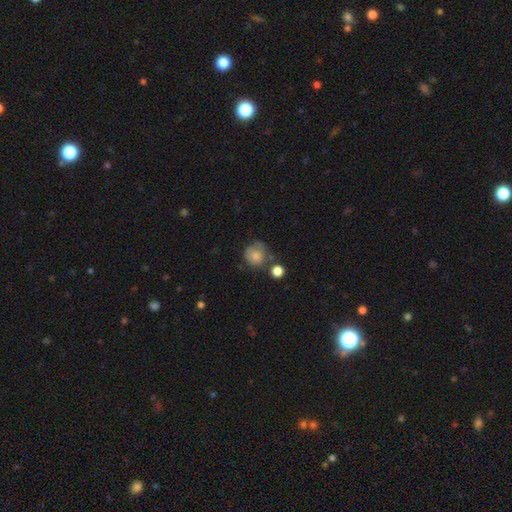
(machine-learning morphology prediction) Smooth or featured? Predicted: smooth (p=0.76). How rounded? Predicted: round (p=0.82). Merging? Predicted: none (p=0.49).